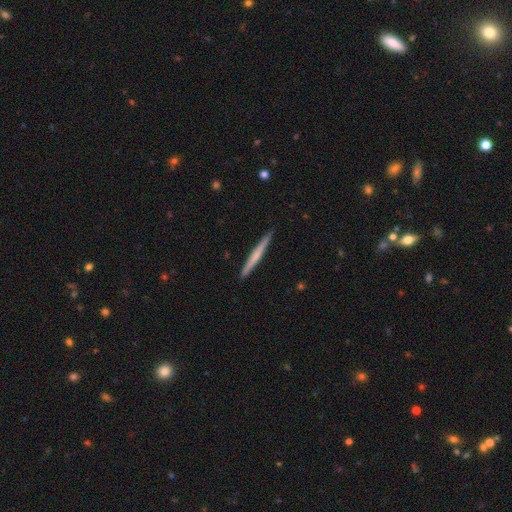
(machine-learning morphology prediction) Q: Smooth or featured?
A: smooth (48%); runner-up: featured or disk (47%)
Q: Merging?
A: none (91%); runner-up: minor disturbance (6%)